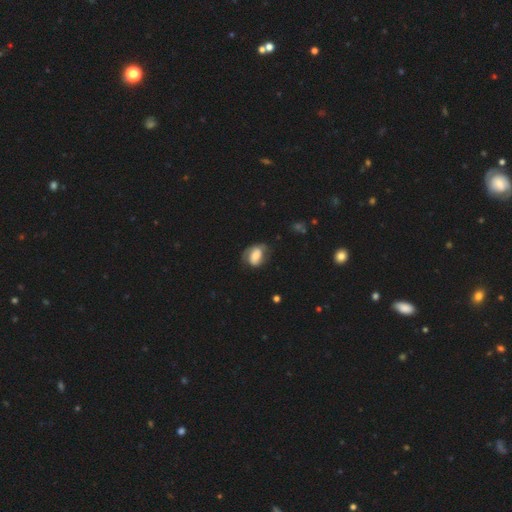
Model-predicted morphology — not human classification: smooth-or-featured: smooth: 48% | featured or disk: 45% | star or artifact: 7%
  merging: none: 54% | minor disturbance: 29% | major disturbance: 15% | merger: 2%